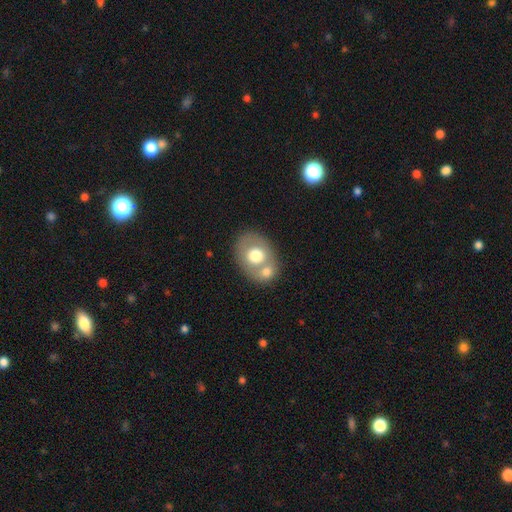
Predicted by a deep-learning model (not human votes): Overall: smooth (64%; featured or disk 29%). How rounded: in between (57%; round 43%). Merging: none (45%; merger 40%).